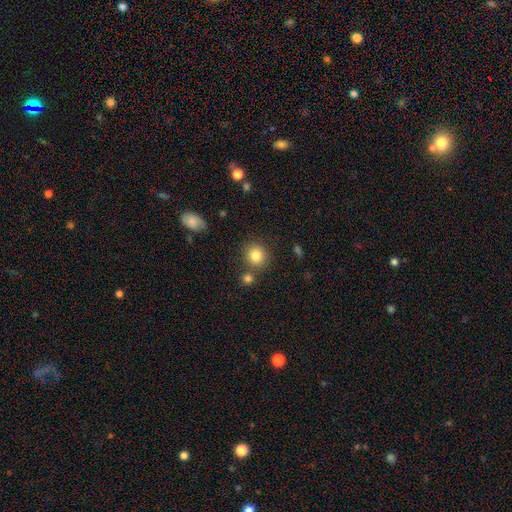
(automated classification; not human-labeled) smooth-or-featured: smooth: 83% | star or artifact: 10% | featured or disk: 7%
  how-rounded: round: 86% | in between: 13% | cigar-shaped: 1%
  merging: none: 76% | merger: 12% | minor disturbance: 9% | major disturbance: 3%